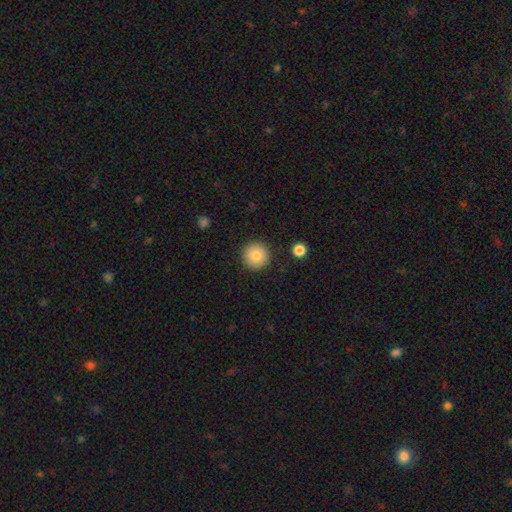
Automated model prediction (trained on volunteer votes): smooth_or_featured: smooth (p=0.86) [alt: star or artifact p=0.08]
how_rounded: round (p=0.96) [alt: in between p=0.03]
merging: none (p=0.91) [alt: minor disturbance p=0.06]